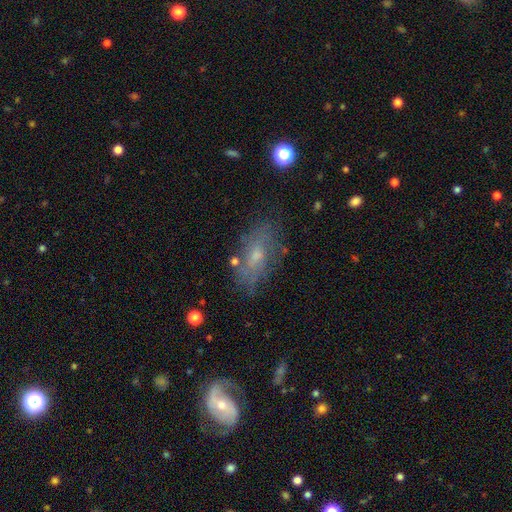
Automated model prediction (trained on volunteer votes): featured or disk 44% (tied), smooth 44% (tied), star or artifact 12%. Down the decision tree: merging — none (69%).